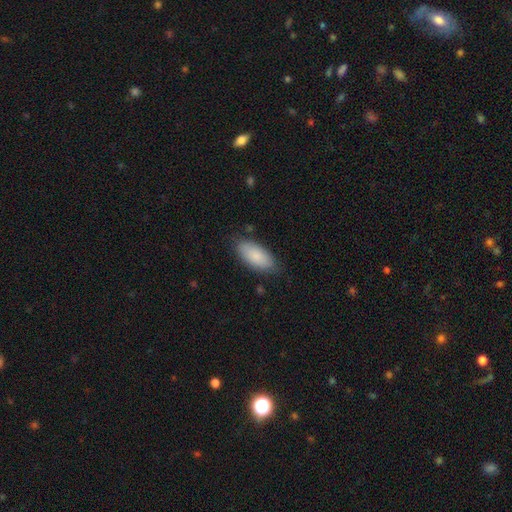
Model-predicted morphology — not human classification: smooth 85%, featured or disk 9%, star or artifact 6%. Down the decision tree: how rounded — in between (90%); merging — none (82%).